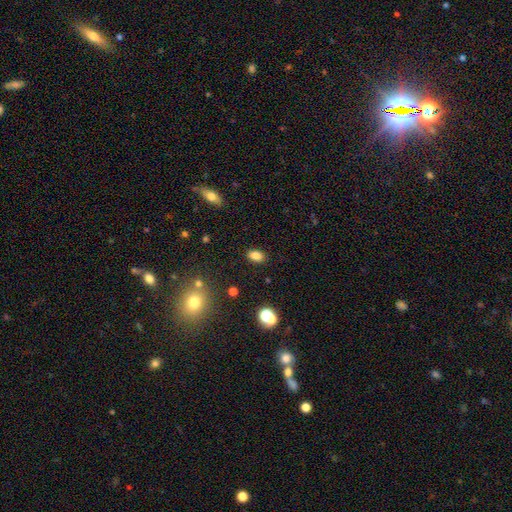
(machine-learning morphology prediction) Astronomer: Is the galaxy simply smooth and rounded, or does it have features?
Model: smooth — 82%.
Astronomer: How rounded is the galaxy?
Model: in between — 84%.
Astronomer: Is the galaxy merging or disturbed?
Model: none — 87%.